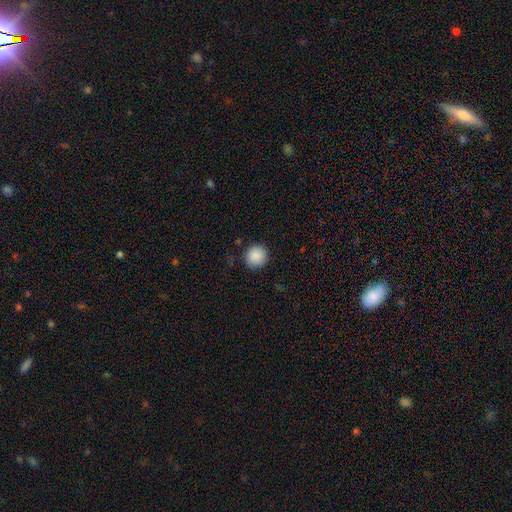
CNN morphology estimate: Smooth or featured? Predicted: smooth (p=0.89). How rounded? Predicted: round (p=0.94). Merging? Predicted: none (p=0.89).